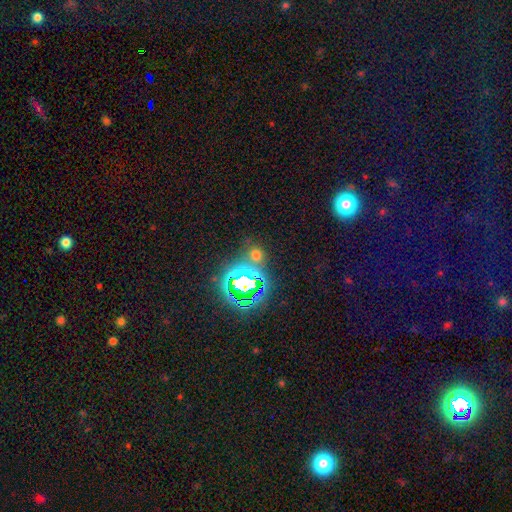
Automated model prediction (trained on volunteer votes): star or artifact 47%, smooth 46%, featured or disk 8%.